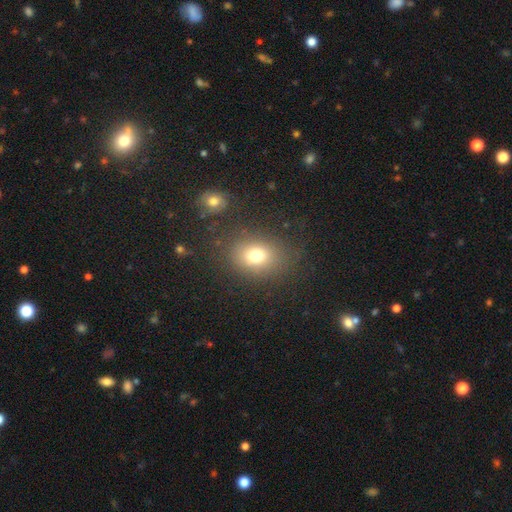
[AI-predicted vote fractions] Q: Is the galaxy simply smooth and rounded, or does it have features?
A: smooth — 74%.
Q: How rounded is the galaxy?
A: in between — 50%.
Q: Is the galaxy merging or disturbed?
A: none — 79%.